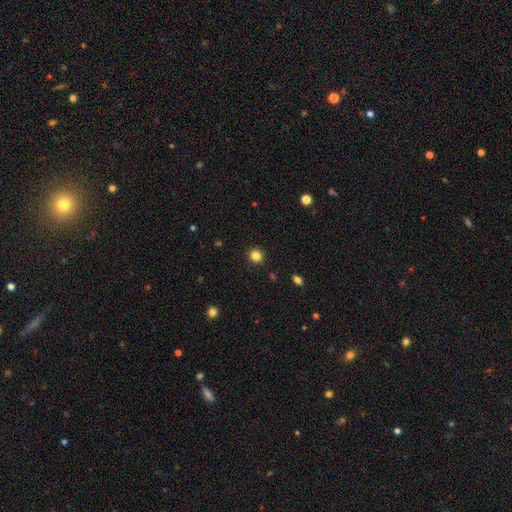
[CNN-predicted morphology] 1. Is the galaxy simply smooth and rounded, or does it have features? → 83% smooth, 13% star or artifact, 4% featured or disk.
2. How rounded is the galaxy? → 92% round, 8% in between, 1% cigar-shaped.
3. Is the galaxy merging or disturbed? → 92% none, 5% minor disturbance, 2% major disturbance, 1% merger.